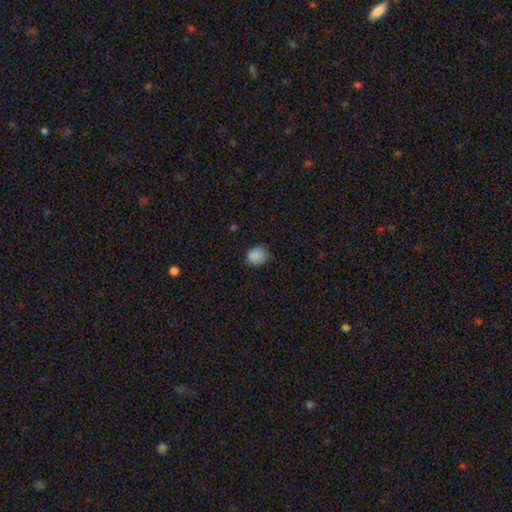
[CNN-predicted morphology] This is clearly a smooth galaxy (87%). How rounded: likely round (69%). Merging: likely none (76%).